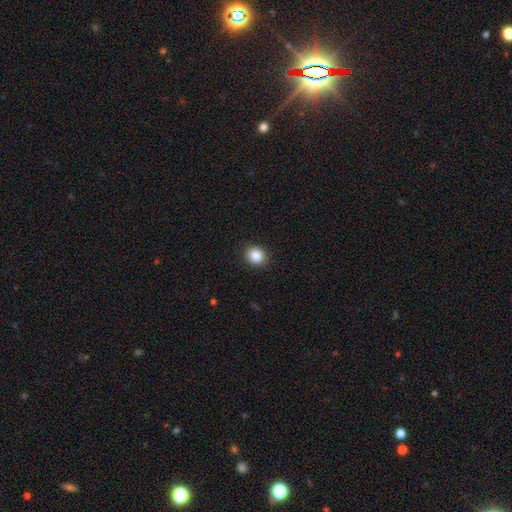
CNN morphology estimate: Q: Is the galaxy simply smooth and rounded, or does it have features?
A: smooth — 84%.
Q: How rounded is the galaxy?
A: round — 77%.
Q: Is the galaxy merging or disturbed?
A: none — 91%.